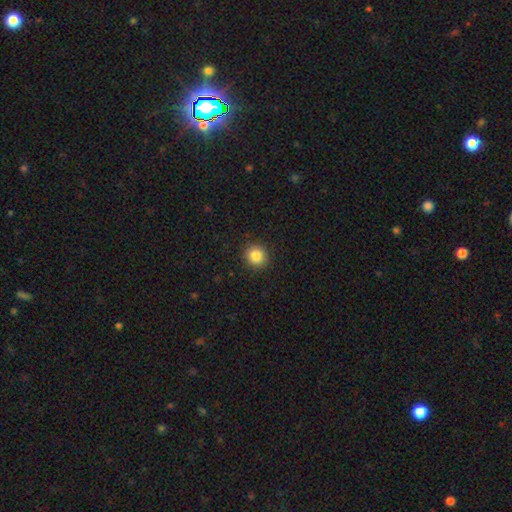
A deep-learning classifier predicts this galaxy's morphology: Smooth or featured? Predicted: smooth (p=0.86). How rounded? Predicted: round (p=0.88). Merging? Predicted: none (p=0.91).